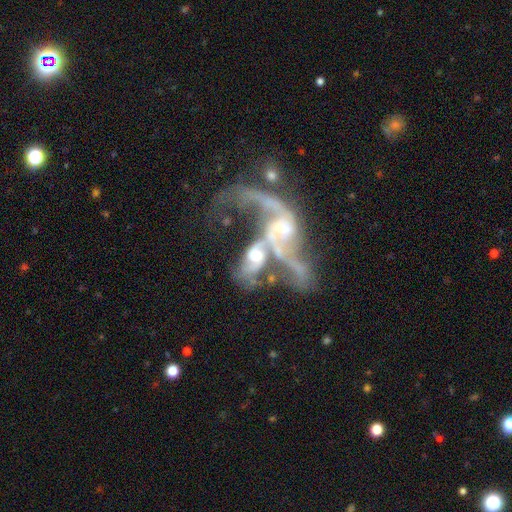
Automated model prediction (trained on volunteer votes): smooth-or-featured: featured or disk: 75% | smooth: 15% | star or artifact: 10%
  disk-edge-on: no: 94% | yes: 6%
    bar: no: 60% | weak: 28% | strong: 11%
    has-spiral-arms: yes: 76% | no: 24%
      spiral-winding: loose: 67% | medium: 23% | tight: 10%
      spiral-arm-count: 2: 50% | can't tell: 21% | 1: 14% | 3: 7% | 4: 4% | more than 4: 4%
    bulge-size: moderate: 48% | small: 22% | large: 15% | none: 12% | dominant: 3%
  merging: merger: 75% | major disturbance: 15% | none: 6% | minor disturbance: 4%